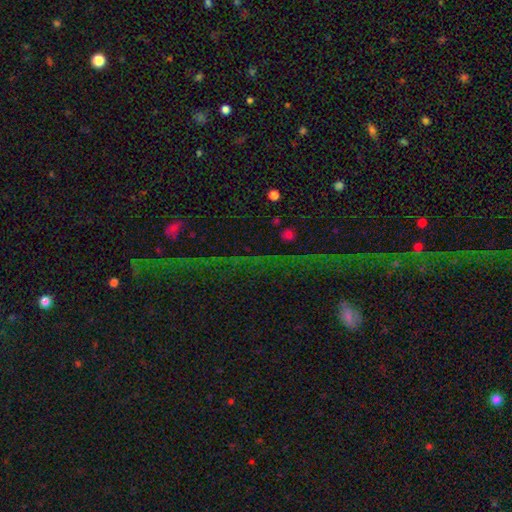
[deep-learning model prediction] A star or artifact, not a galaxy (71%).